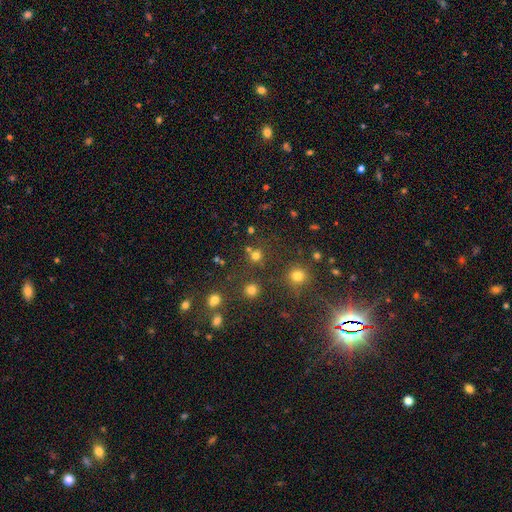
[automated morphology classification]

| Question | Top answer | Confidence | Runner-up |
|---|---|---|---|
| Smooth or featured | smooth | 69% | star or artifact (24%) |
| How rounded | round | 89% | in between (10%) |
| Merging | none | 70% | merger (17%) |